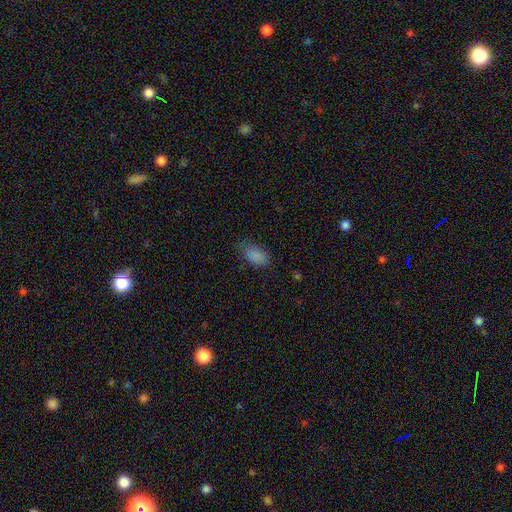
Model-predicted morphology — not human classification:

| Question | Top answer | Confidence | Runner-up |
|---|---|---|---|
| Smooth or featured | smooth | 85% | star or artifact (9%) |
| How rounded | in between | 92% | round (5%) |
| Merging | none | 68% | minor disturbance (24%) |